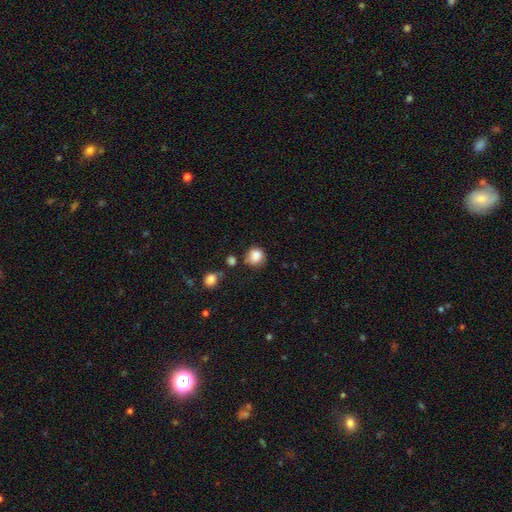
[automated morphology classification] Smooth or featured: smooth — 86% (star or artifact — 10%)
How rounded: round — 84% (in between — 15%)
Merging: none — 68% (minor disturbance — 20%)